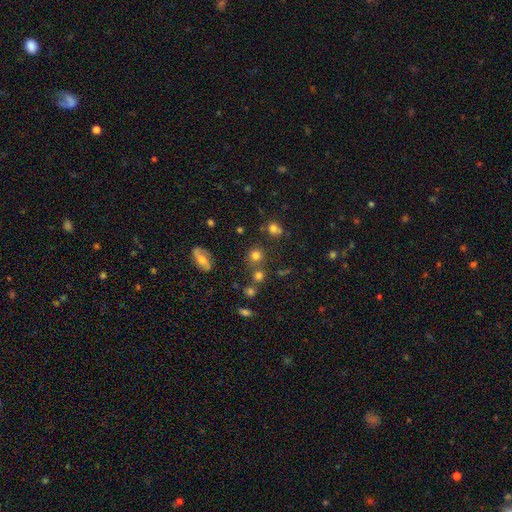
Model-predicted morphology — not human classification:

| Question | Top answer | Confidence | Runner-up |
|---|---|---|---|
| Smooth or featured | smooth | 73% | star or artifact (17%) |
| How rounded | round | 86% | in between (13%) |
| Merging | none | 70% | merger (15%) |